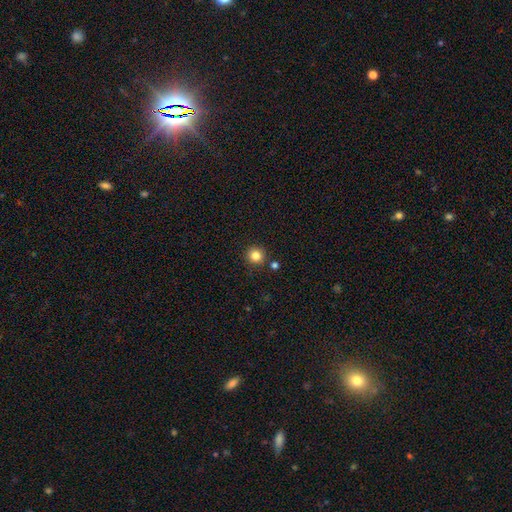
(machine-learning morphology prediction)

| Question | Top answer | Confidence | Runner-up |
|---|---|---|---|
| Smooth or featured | smooth | 84% | star or artifact (12%) |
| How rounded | round | 95% | in between (4%) |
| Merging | none | 88% | minor disturbance (6%) |